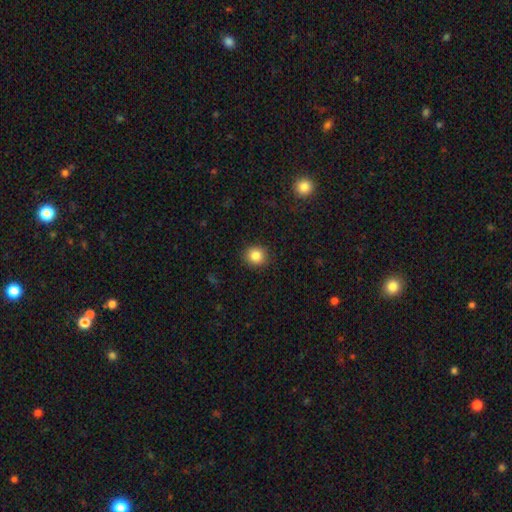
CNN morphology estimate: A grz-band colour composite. It shows a smooth galaxy with no disk features (84%) that is round (84%). Merging: none (91%).